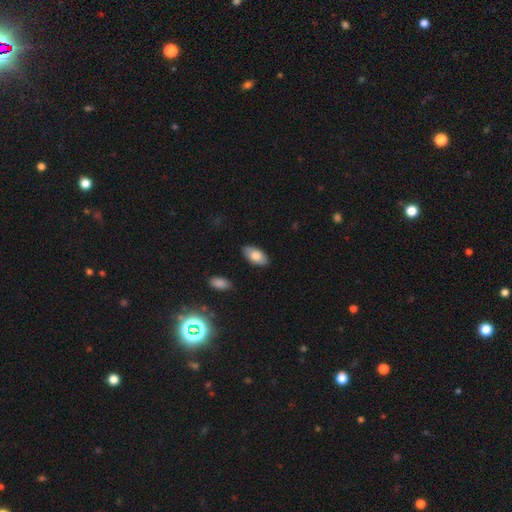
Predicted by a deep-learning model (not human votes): Smooth or featured? Predicted: smooth (p=0.78). How rounded? Predicted: in between (p=0.94). Merging? Predicted: none (p=0.87).